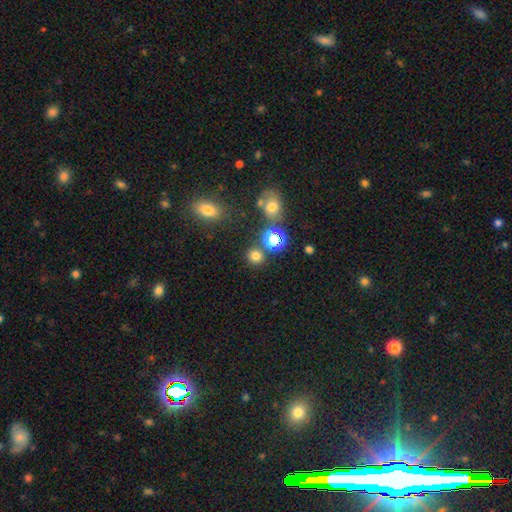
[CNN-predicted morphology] The model was most divided on "smooth or featured": smooth: 74%, star or artifact: 20%, featured or disk: 5%. More confident: how rounded — round (87%); merging — none (80%).